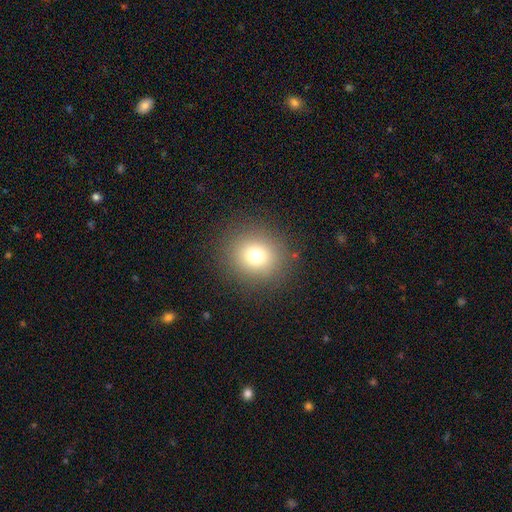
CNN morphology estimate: This appears to be a smooth galaxy with no disk features (74%) that is round (87%). Merging: none (88%).